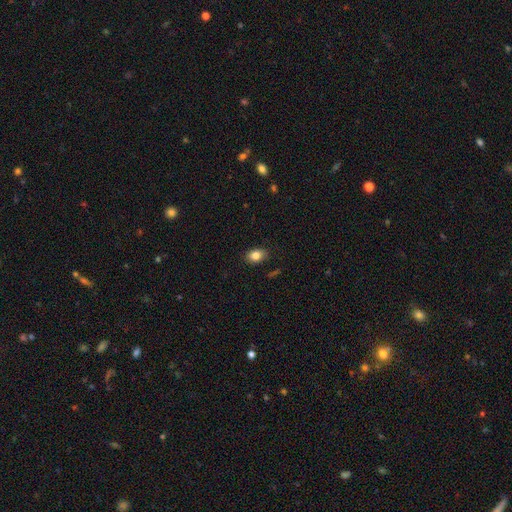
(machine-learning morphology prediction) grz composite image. It shows a smooth galaxy with no disk features (84%) that is in between round and cigar-shaped (79%). Merging: none (87%).